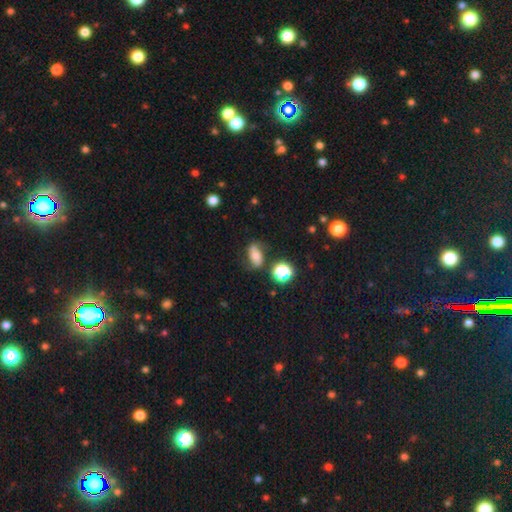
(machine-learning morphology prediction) smooth 56%, featured or disk 30%, star or artifact 14%. Down the decision tree: how rounded — in between (80%); merging — none (65%).